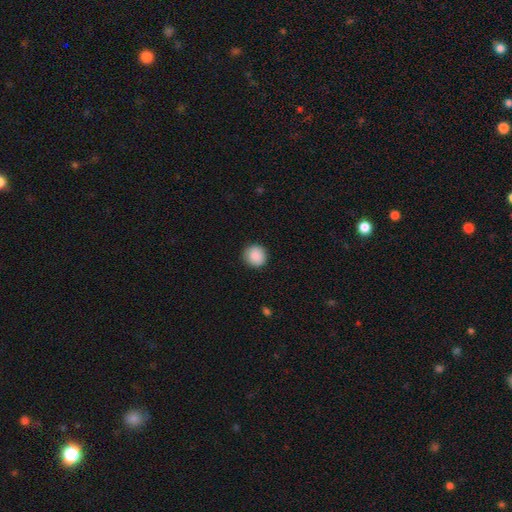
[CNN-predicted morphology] smooth 89%, star or artifact 7%, featured or disk 3%. Down the decision tree: how rounded — round (90%); merging — none (89%).